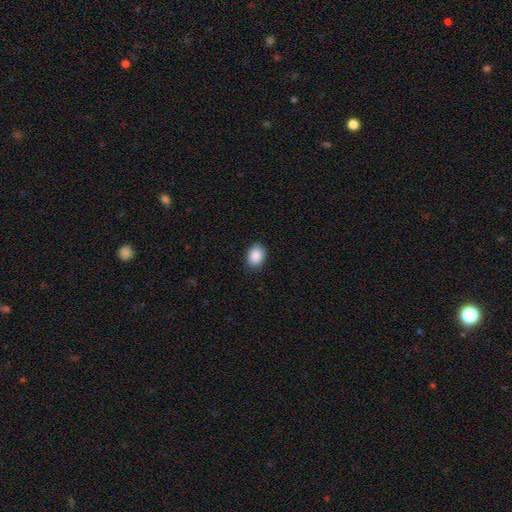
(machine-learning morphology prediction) This is clearly a smooth galaxy (89%). How rounded: likely in between (73%). Merging: clearly none (87%).